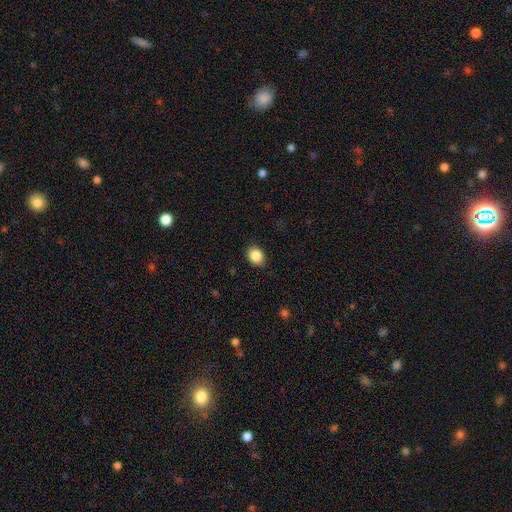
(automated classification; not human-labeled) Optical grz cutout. It shows a smooth galaxy with no disk features (86%) that is in between round and cigar-shaped (55%). Merging: none (89%).